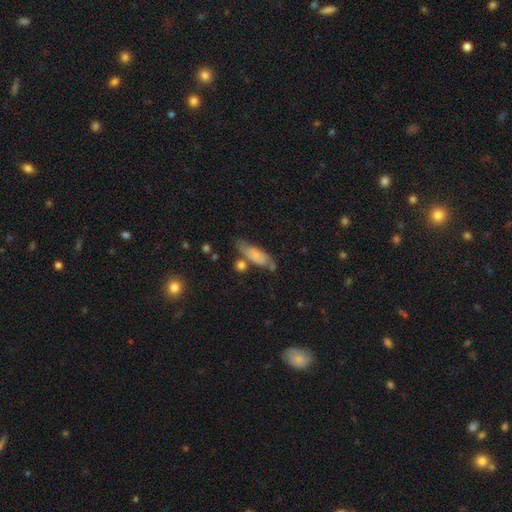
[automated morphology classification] A smooth galaxy with no disk features (67%) that is in between round and cigar-shaped (59%). Merging: none (55%).